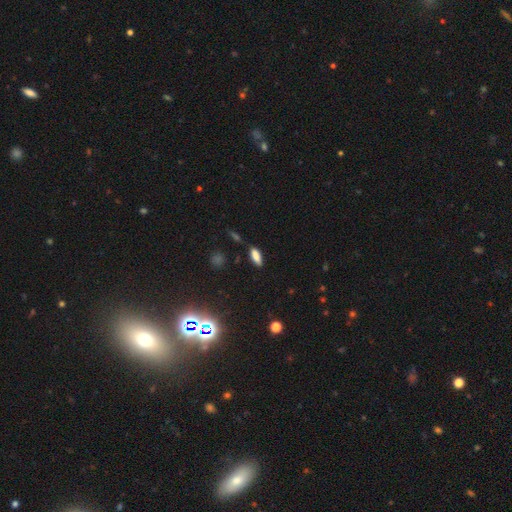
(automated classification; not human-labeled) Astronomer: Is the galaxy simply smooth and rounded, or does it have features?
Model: smooth — 79%.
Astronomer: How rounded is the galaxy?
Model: in between — 71%.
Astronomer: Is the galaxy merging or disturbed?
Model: none — 79%.